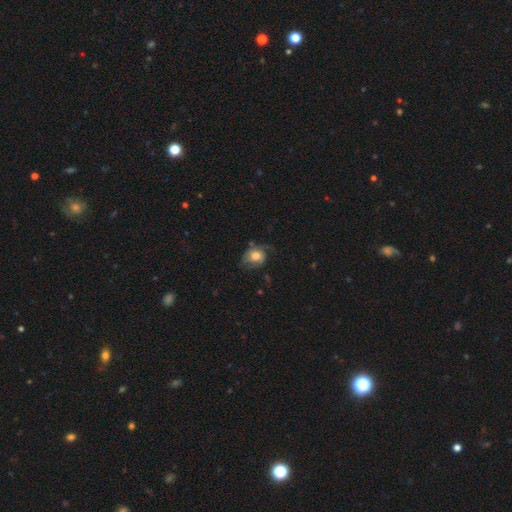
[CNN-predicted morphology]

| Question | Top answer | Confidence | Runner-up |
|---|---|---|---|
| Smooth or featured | smooth | 56% | featured or disk (35%) |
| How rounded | round | 53% | in between (46%) |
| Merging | none | 42% | minor disturbance (29%) |